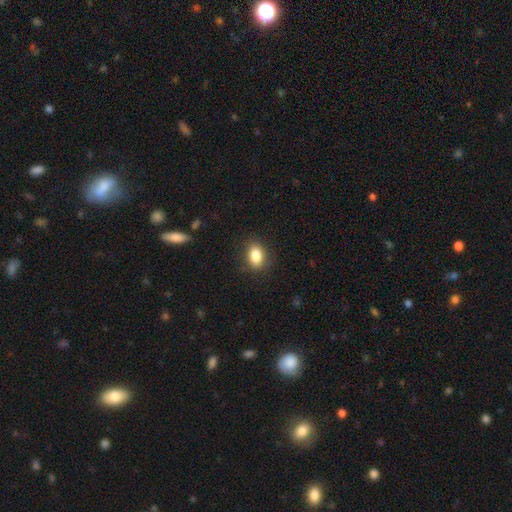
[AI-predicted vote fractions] This appears to be a smooth galaxy with no disk features (85%) that is in between round and cigar-shaped (80%). Merging: none (85%).